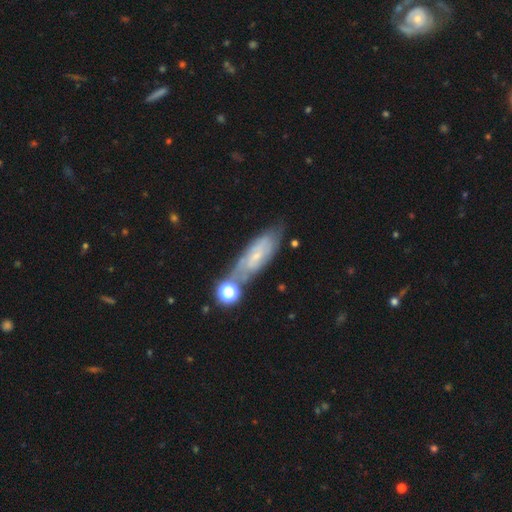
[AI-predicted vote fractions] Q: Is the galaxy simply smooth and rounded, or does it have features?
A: featured or disk — 61%.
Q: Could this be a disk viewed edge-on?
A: no — 78%.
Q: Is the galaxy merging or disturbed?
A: none — 56%.